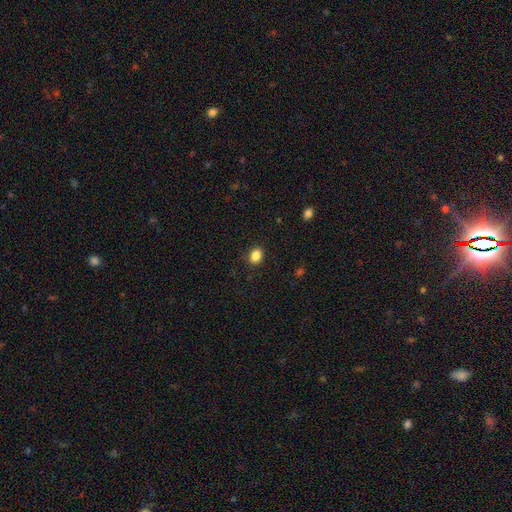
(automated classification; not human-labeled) A smooth galaxy with no disk features (87%) that is in between round and cigar-shaped (70%).

Vote fractions:
- Smooth or featured? smooth: 87% / star or artifact: 9% / featured or disk: 4%
- How rounded? in between: 70% / round: 28% / cigar-shaped: 1%
- Merging? none: 88% / minor disturbance: 9% / major disturbance: 2% / merger: 1%